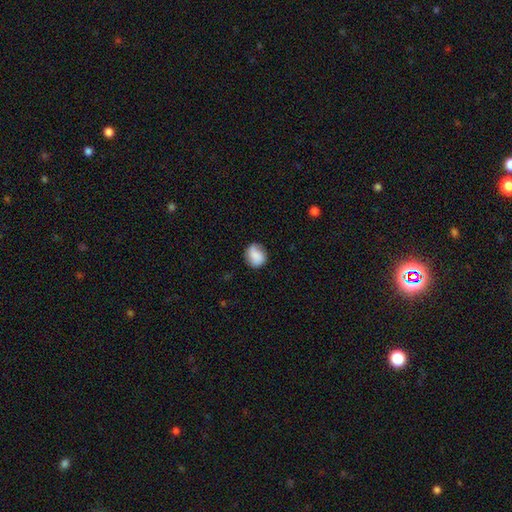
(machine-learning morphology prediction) This is likely a smooth galaxy (78%). How rounded: likely round (69%). Merging: likely none (72%).